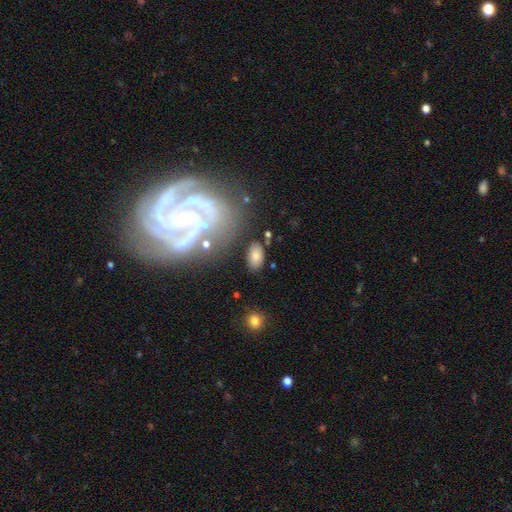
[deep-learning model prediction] The model was most divided on "smooth or featured": smooth: 76%, featured or disk: 14%, star or artifact: 10%. More confident: how rounded — in between (92%); merging — none (79%).